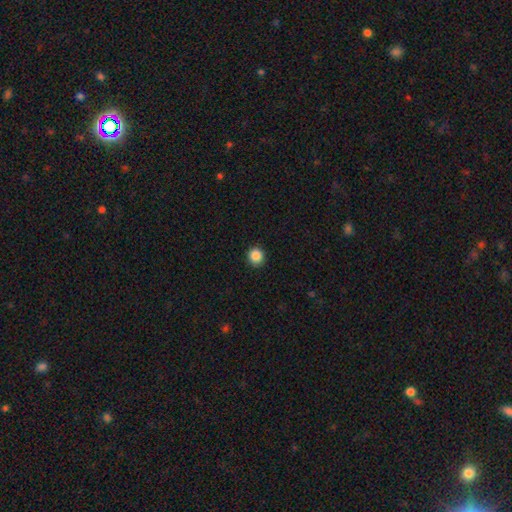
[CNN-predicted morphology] Smooth or featured: smooth — 87% (star or artifact — 10%)
How rounded: round — 92% (in between — 7%)
Merging: none — 92% (minor disturbance — 5%)